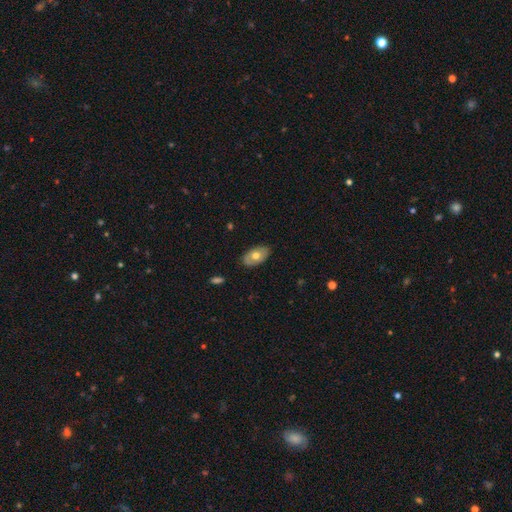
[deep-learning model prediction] A smooth galaxy with no disk features (62%) that is in between round and cigar-shaped (92%). Merging: none (82%).